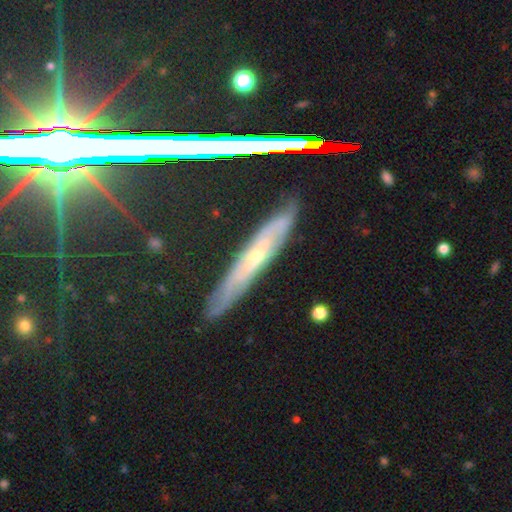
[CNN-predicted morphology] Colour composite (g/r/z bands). It shows a featured or disk galaxy (64%) viewed edge-on (73%). Merging: none (81%).